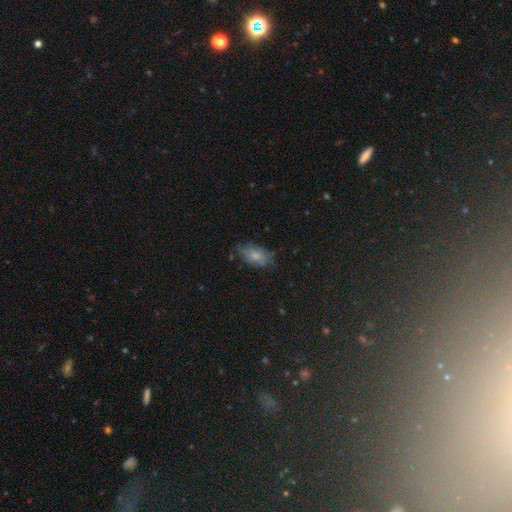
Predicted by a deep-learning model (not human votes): Smooth or featured?
  - smooth: 73% *
  - featured or disk: 19%
  - star or artifact: 8%
How rounded?
  - in between: 91% *
  - round: 6%
  - cigar-shaped: 4%
Merging?
  - none: 64% *
  - minor disturbance: 27%
  - major disturbance: 7%
  - merger: 2%